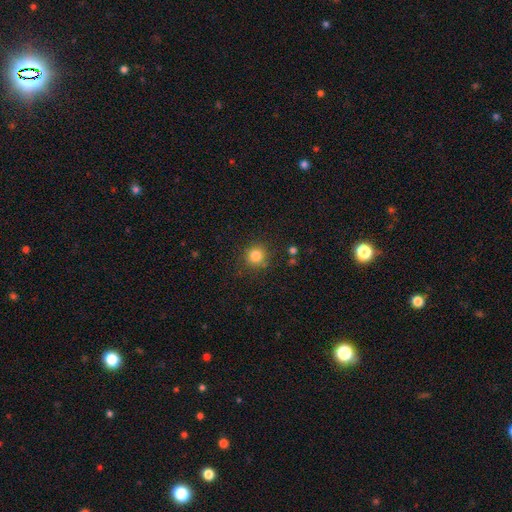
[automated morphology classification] smooth 83%, star or artifact 12%, featured or disk 6%. Down the decision tree: how rounded — round (92%); merging — none (84%).